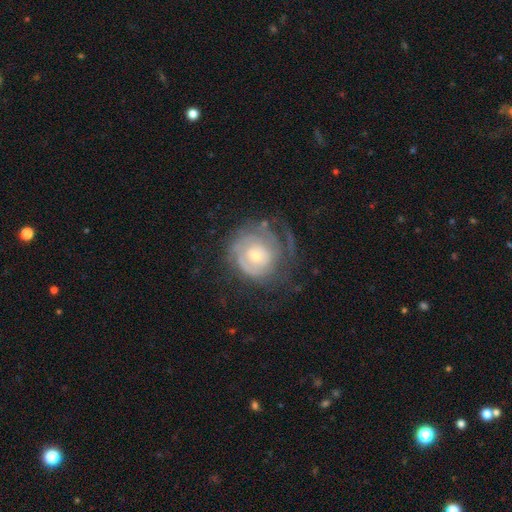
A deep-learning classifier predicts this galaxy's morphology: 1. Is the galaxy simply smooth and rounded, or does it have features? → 72% featured or disk, 21% smooth, 7% star or artifact.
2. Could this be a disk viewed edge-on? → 97% no, 3% yes.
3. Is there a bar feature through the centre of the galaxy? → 73% no, 23% weak, 4% strong.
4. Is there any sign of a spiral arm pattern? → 84% yes, 16% no.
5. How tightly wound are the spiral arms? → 67% tight, 23% medium, 11% loose.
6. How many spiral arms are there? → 47% can't tell, 21% 2, 12% 1, 10% 3, 5% 4, 4% more than 4.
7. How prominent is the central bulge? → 51% small, 40% moderate, 5% large, 2% none, 1% dominant.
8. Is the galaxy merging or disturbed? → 53% none, 24% major disturbance, 21% minor disturbance, 2% merger.